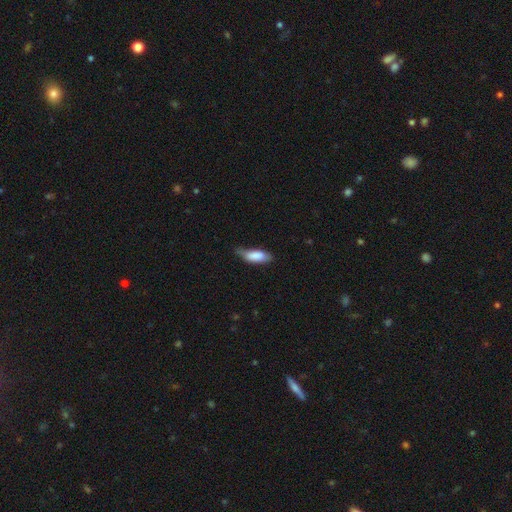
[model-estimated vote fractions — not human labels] smooth-or-featured: smooth: 83% | featured or disk: 11% | star or artifact: 6%
  how-rounded: in between: 71% | cigar-shaped: 27% | round: 2%
  merging: minor disturbance: 44% | none: 40% | major disturbance: 13% | merger: 3%